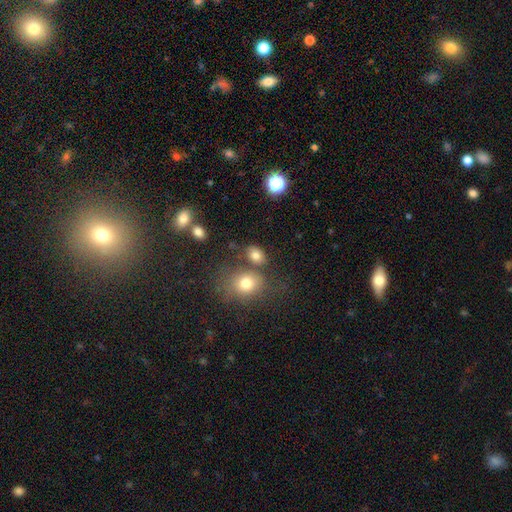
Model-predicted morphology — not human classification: Smooth or featured? smooth (79%)
How rounded? in between (66%)
Merging? none (63%)